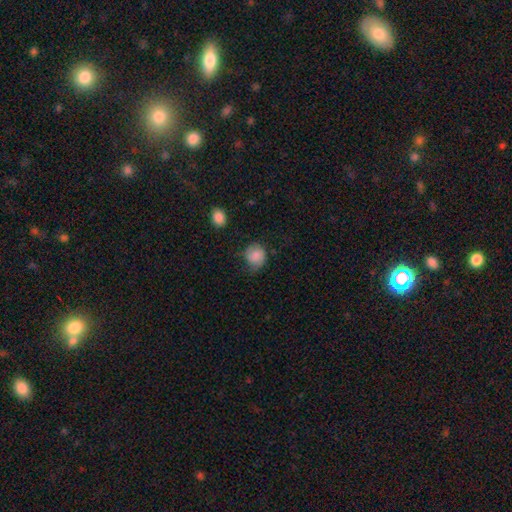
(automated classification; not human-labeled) Overall: smooth (82%). How rounded: round (75%). Merging: none (57%; minor disturbance 31%).